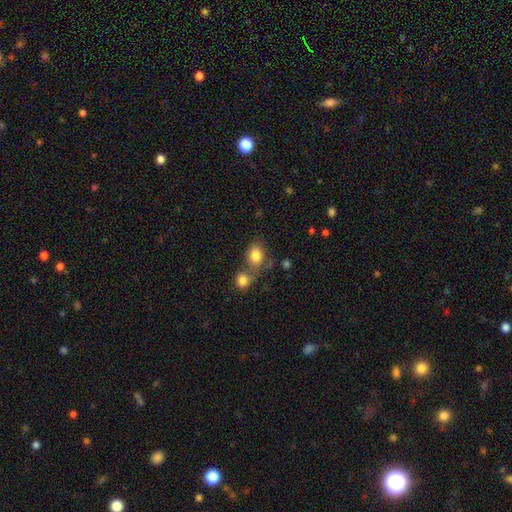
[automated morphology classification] This appears to be a smooth galaxy with no disk features (82%) that is in between round and cigar-shaped (54%). Merging: merger (42%).